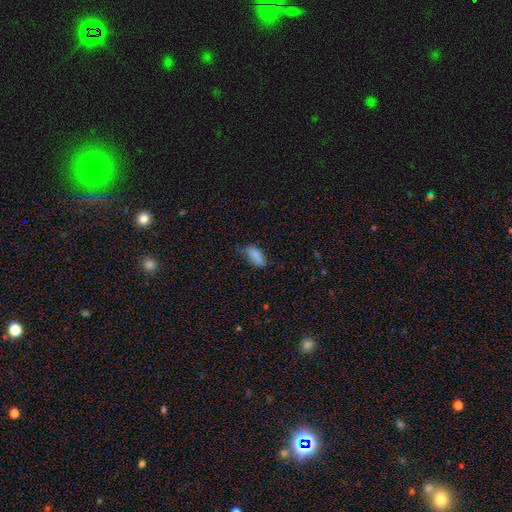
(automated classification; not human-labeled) A smooth galaxy with no disk features (83%) that is in between round and cigar-shaped (87%). Merging: none (52%).